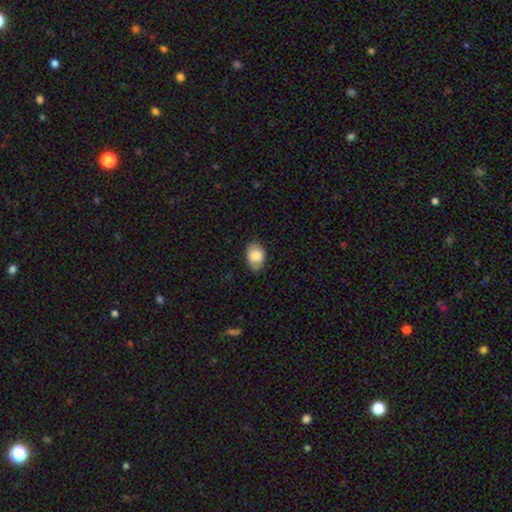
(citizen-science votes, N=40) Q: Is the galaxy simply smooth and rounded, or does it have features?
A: smooth — 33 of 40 (82%).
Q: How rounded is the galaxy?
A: in between — 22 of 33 (67%).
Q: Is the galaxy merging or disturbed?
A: none — 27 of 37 (73%).